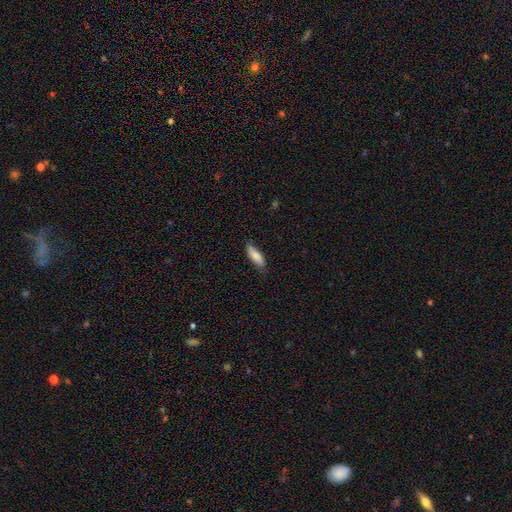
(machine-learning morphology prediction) This is clearly a smooth galaxy (83%). How rounded: possibly in between (51%). Merging: likely none (79%).